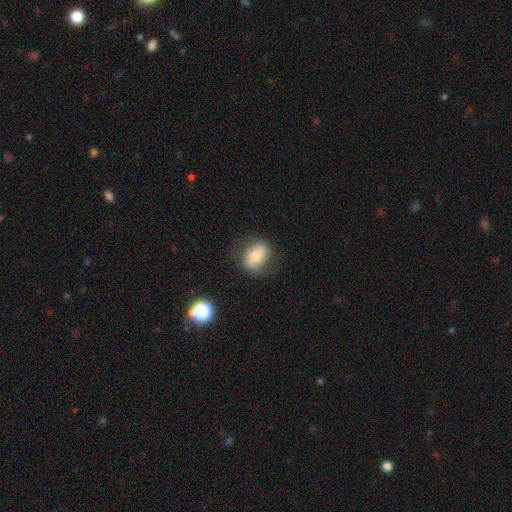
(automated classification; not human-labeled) smooth_or_featured: smooth (p=0.64) [alt: featured or disk p=0.27]
how_rounded: in between (p=0.67) [alt: round p=0.31]
merging: none (p=0.76) [alt: minor disturbance p=0.17]